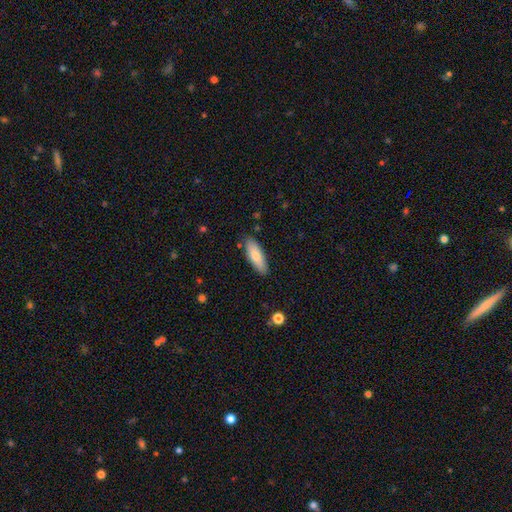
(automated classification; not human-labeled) Smooth or featured: smooth — 78% (featured or disk — 16%)
How rounded: in between — 59% (cigar-shaped — 39%)
Merging: none — 86% (minor disturbance — 10%)